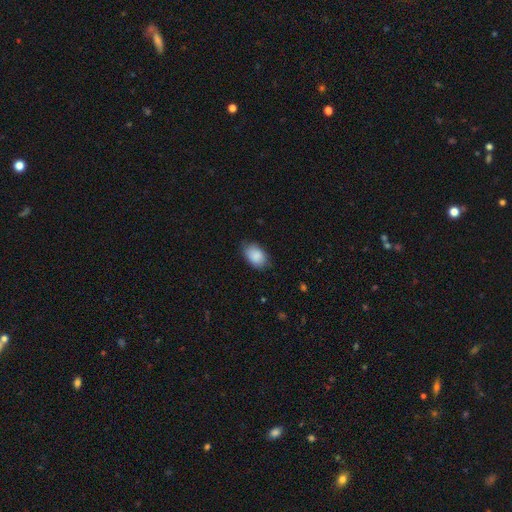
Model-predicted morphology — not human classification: Smooth or featured?
  - smooth: 89% *
  - star or artifact: 6%
  - featured or disk: 5%
How rounded?
  - in between: 89% *
  - round: 10%
  - cigar-shaped: 1%
Merging?
  - none: 79% *
  - minor disturbance: 17%
  - major disturbance: 3%
  - merger: 1%